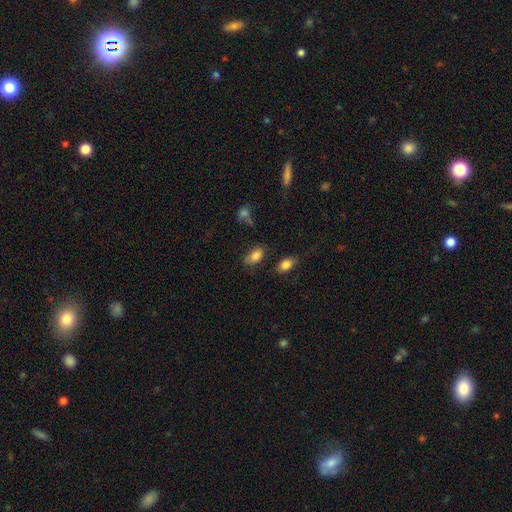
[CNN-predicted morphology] Overall: smooth (84%). How rounded: in between (91%). Merging: none (68%).